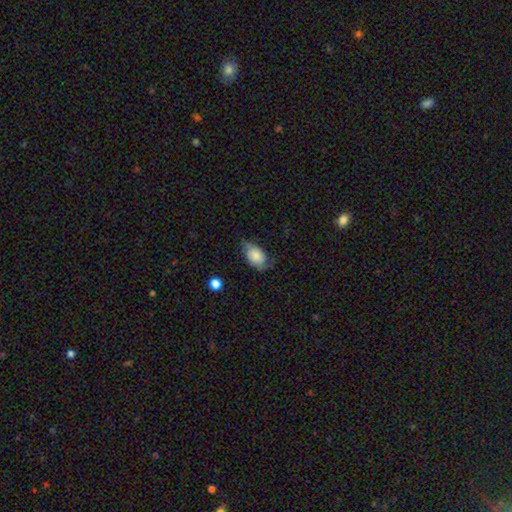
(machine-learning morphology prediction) smooth-or-featured: smooth: 67% | featured or disk: 25% | star or artifact: 8%
  how-rounded: in between: 88% | round: 10% | cigar-shaped: 2%
  merging: none: 50% | minor disturbance: 35% | major disturbance: 14% | merger: 2%